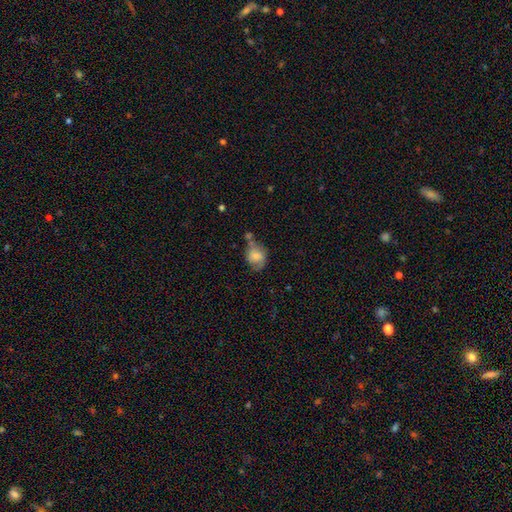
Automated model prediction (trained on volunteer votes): The model was most divided on "how rounded": in between: 54%, round: 45%, cigar-shaped: 1%. Remaining: smooth or featured — smooth (68%); merging — none (45%).